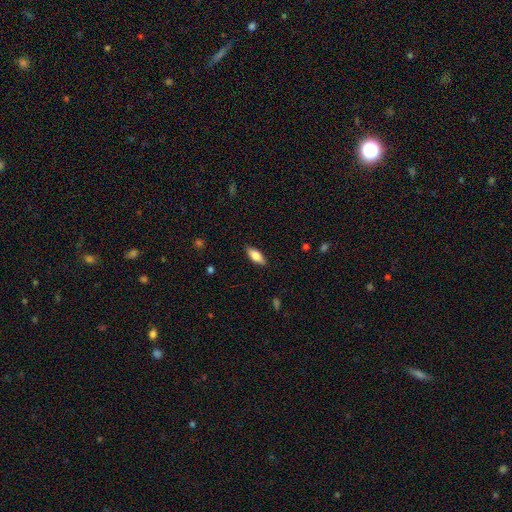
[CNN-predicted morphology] This appears to be a smooth galaxy with no disk features (75%) that is in between round and cigar-shaped (79%). Merging: none (87%).